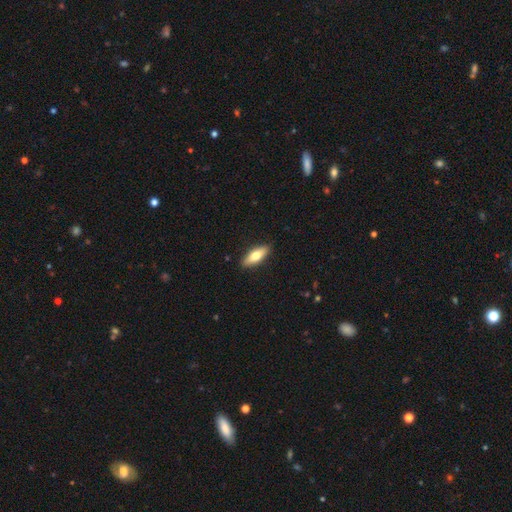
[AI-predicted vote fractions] Q: Smooth or featured?
A: smooth (66%); runner-up: featured or disk (29%)
Q: How rounded?
A: in between (63%); runner-up: cigar-shaped (35%)
Q: Merging?
A: none (89%); runner-up: minor disturbance (8%)